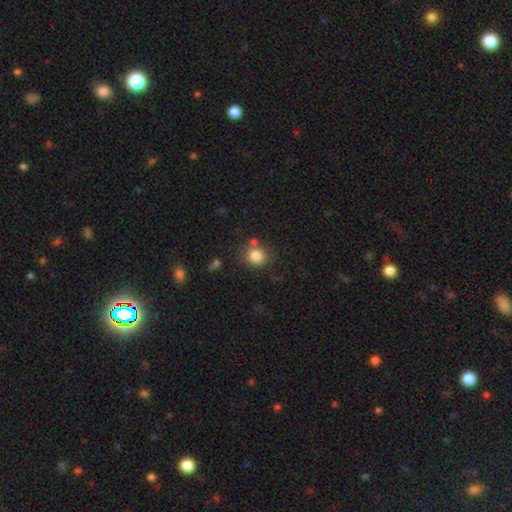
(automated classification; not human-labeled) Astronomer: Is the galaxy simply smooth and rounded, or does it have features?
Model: smooth — 82%.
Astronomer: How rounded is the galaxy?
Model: round — 83%.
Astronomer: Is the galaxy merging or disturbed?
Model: none — 73%.